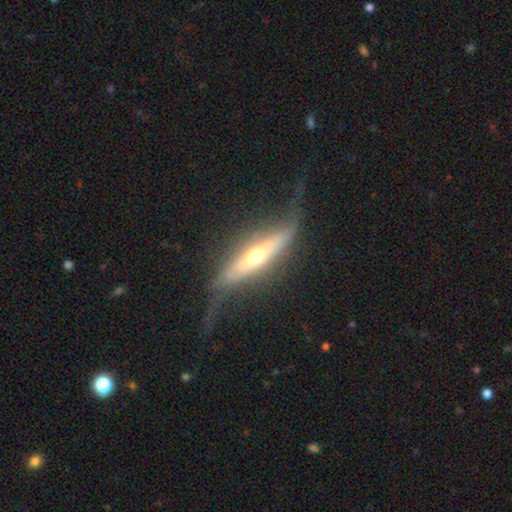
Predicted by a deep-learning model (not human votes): A featured or disk galaxy (74%) viewed edge-on (73%) with a rounded central bulge (85%).

Vote fractions:
- Smooth or featured? featured or disk: 74% / smooth: 20% / star or artifact: 5%
- Edge-on disk? yes: 73% / no: 27%
- Edge-on bulge? rounded: 85% / none: 8% / boxy: 6%
- Merging? none: 52% / major disturbance: 23% / minor disturbance: 22% / merger: 3%